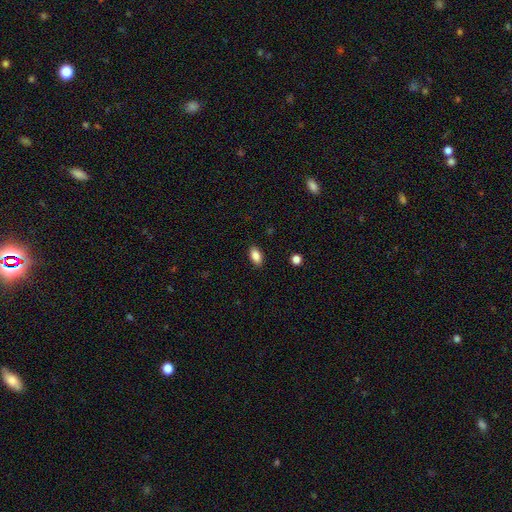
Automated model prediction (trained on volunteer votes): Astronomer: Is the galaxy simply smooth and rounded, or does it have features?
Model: smooth — 86%.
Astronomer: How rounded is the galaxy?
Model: in between — 90%.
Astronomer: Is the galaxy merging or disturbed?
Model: none — 88%.